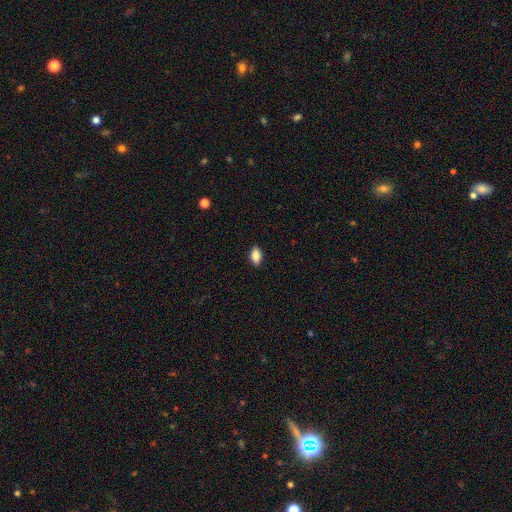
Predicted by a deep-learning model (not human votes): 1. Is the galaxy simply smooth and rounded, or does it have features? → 85% smooth, 8% star or artifact, 7% featured or disk.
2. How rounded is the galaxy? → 90% in between, 6% round, 5% cigar-shaped.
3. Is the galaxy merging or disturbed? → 89% none, 8% minor disturbance, 2% major disturbance, 1% merger.